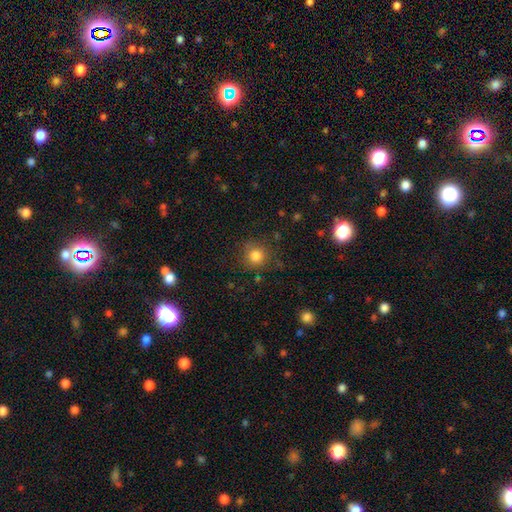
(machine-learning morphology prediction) This is clearly a smooth galaxy (82%). How rounded: clearly round (91%). Merging: clearly none (82%).